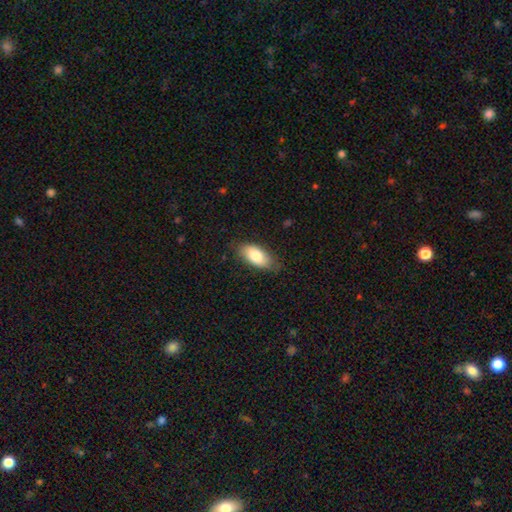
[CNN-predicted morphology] type=smooth (80%); roundness=in between (90%); merging=none (76%).